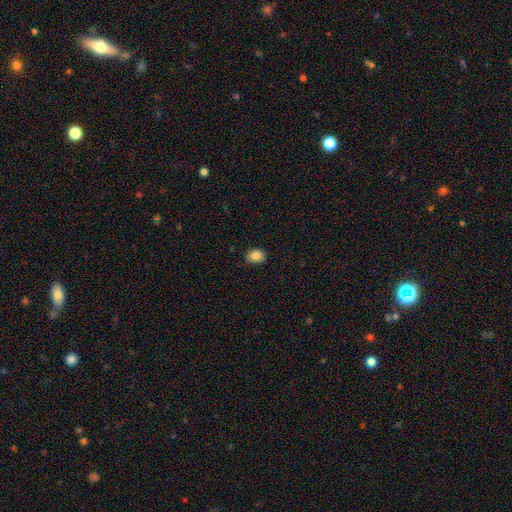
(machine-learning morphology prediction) A smooth galaxy with no disk features (84%) that is round (54%). Merging: none (82%).